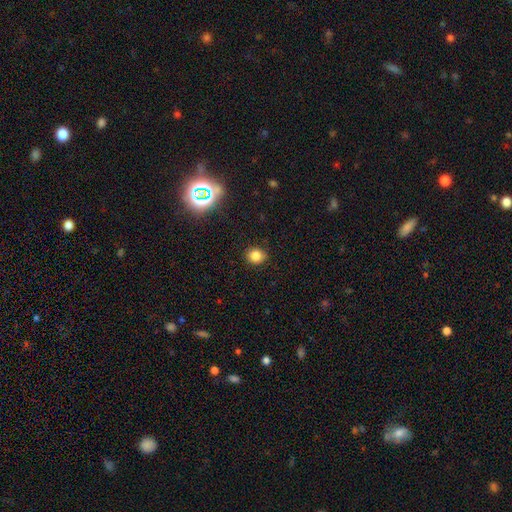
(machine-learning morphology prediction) smooth-or-featured: smooth: 80% | star or artifact: 14% | featured or disk: 6%
  how-rounded: round: 81% | in between: 18% | cigar-shaped: 1%
  merging: none: 89% | minor disturbance: 7% | major disturbance: 2% | merger: 1%